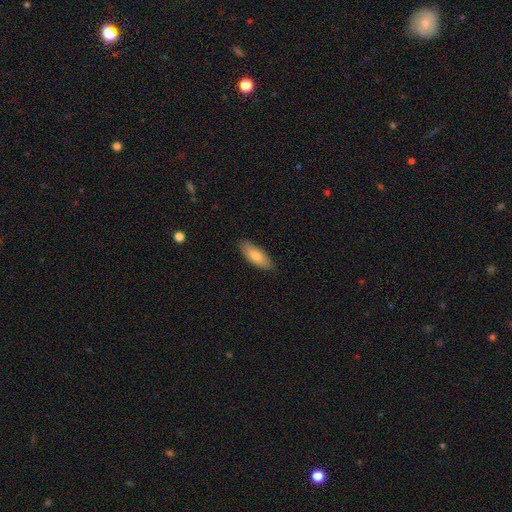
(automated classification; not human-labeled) Smooth or featured? Predicted: smooth (p=0.79). How rounded? Predicted: in between (p=0.74). Merging? Predicted: none (p=0.87).